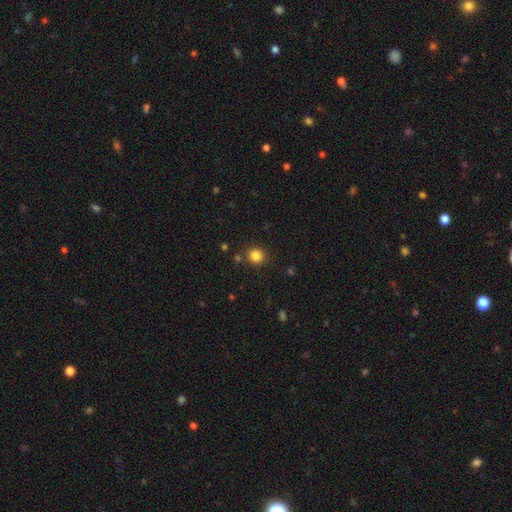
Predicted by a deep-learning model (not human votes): This appears to be a smooth galaxy with no disk features (83%) that is round (91%). Merging: none (86%).